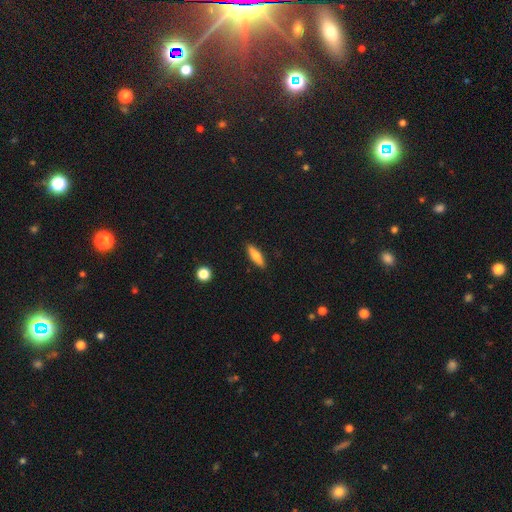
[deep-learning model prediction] A smooth galaxy with no disk features (70%) that is cigar-shaped (61%). Merging: none (89%).